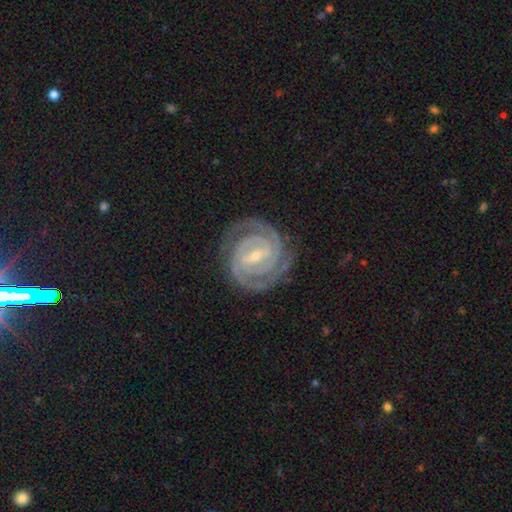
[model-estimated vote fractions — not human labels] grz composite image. It shows a featured or disk galaxy (93%) with a strong bar (48%), 2 (70%) tight (85%) spiral arms (99%) and a small central bulge (66%). Merging: none (83%).